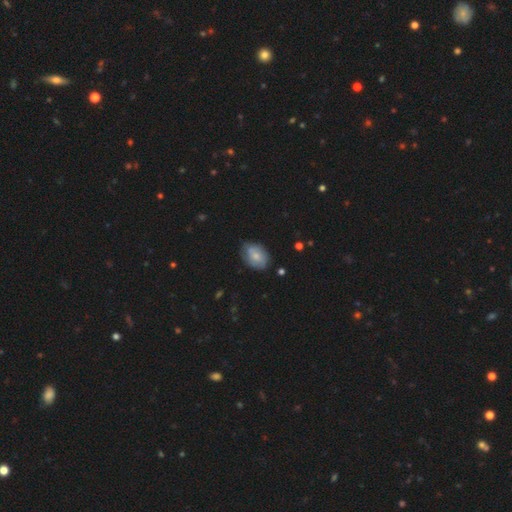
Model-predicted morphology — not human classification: Smooth or featured? smooth (63%)
How rounded? in between (80%)
Merging? none (68%)